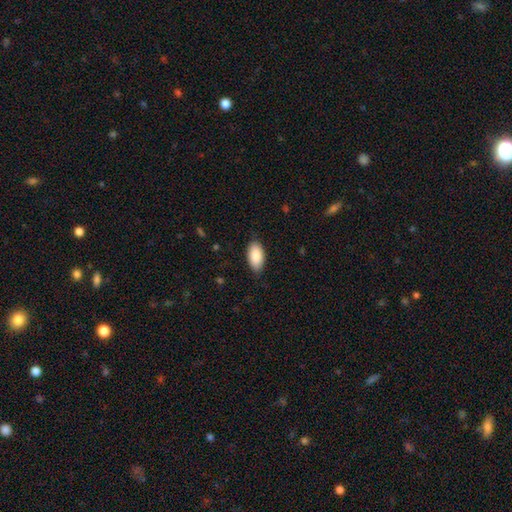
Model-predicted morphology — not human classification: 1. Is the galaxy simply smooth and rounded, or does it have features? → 88% smooth, 6% star or artifact, 6% featured or disk.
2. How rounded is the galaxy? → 95% in between, 3% cigar-shaped, 2% round.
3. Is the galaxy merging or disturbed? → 84% none, 13% minor disturbance, 2% major disturbance, 1% merger.